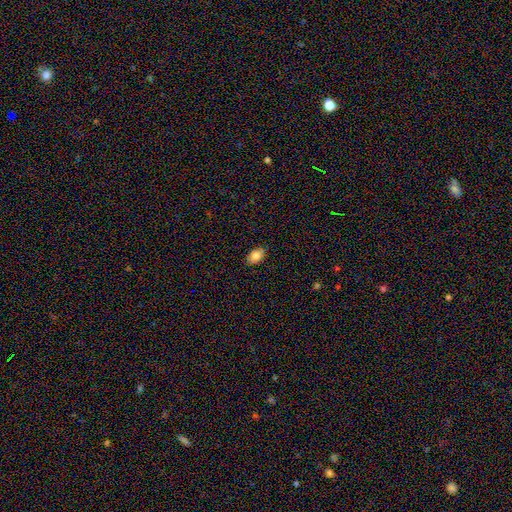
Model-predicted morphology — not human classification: This appears to be a smooth galaxy with no disk features (81%) that is in between round and cigar-shaped (89%). Merging: none (86%).